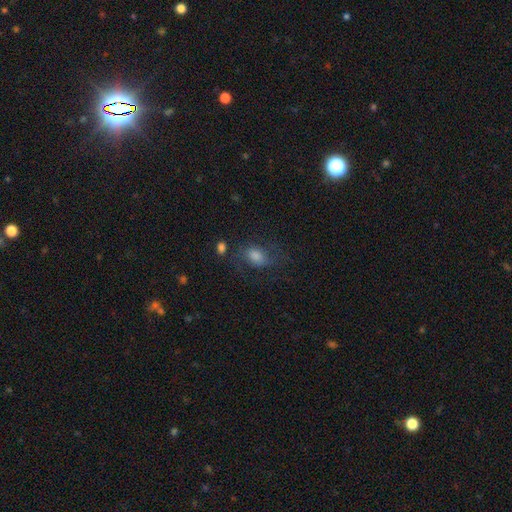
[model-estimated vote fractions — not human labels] smooth_or_featured: smooth (p=0.52) [alt: featured or disk p=0.30]
how_rounded: in between (p=0.70) [alt: round p=0.28]
merging: none (p=0.60) [alt: minor disturbance p=0.20]